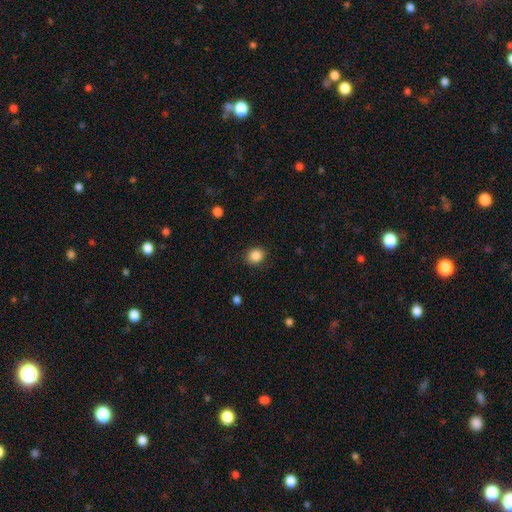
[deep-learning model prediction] Morphology: type=smooth (86%); roundness=round (77%); merging=none (88%).